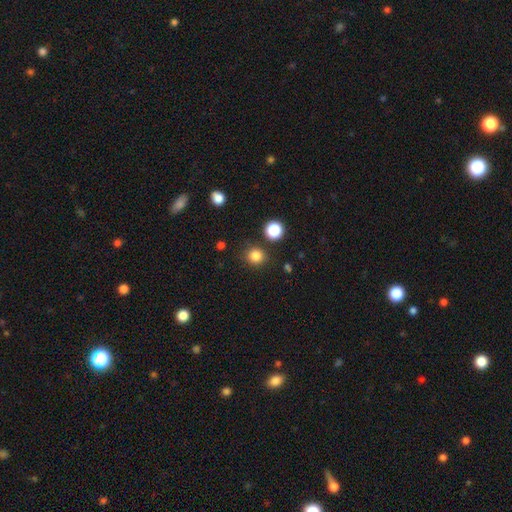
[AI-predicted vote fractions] Smooth or featured?
  - smooth: 83% *
  - star or artifact: 13%
  - featured or disk: 4%
How rounded?
  - round: 88% *
  - in between: 11%
  - cigar-shaped: 1%
Merging?
  - none: 85% *
  - minor disturbance: 8%
  - merger: 4%
  - major disturbance: 3%